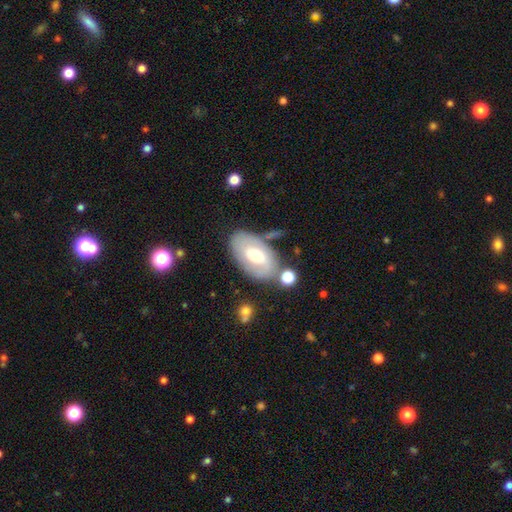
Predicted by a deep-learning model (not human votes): The model was most divided on "bar": no: 43%, weak: 41%, strong: 15%. More confident: edge-on disk — no (91%); bulge size — moderate (71%); merging — none (69%); spiral arms — yes (58%); smooth or featured — featured or disk (57%).